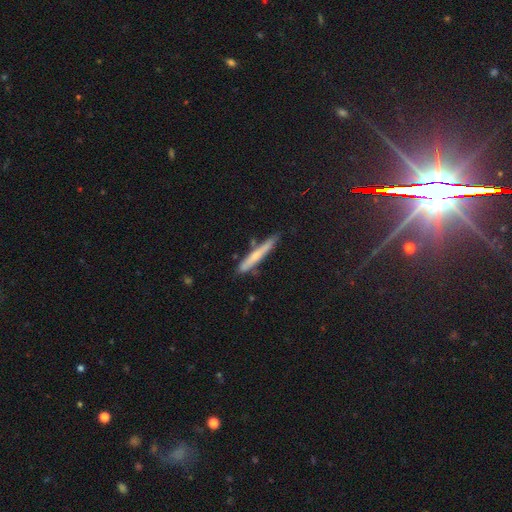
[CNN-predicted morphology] Smooth or featured: smooth — 54% (featured or disk — 37%)
How rounded: cigar-shaped — 95% (in between — 3%)
Merging: none — 77% (minor disturbance — 16%)